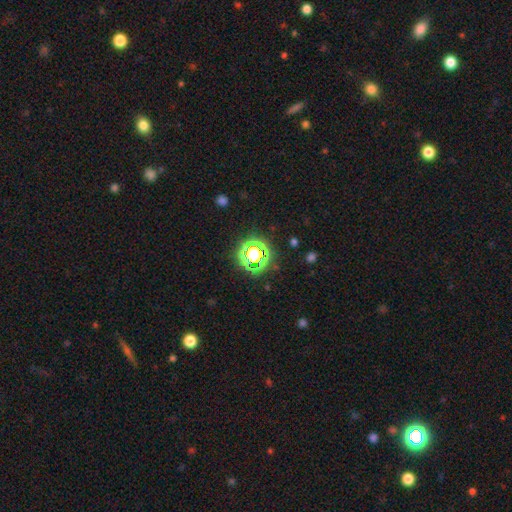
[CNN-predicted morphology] smooth_or_featured: star or artifact (p=0.60) [alt: smooth p=0.30]